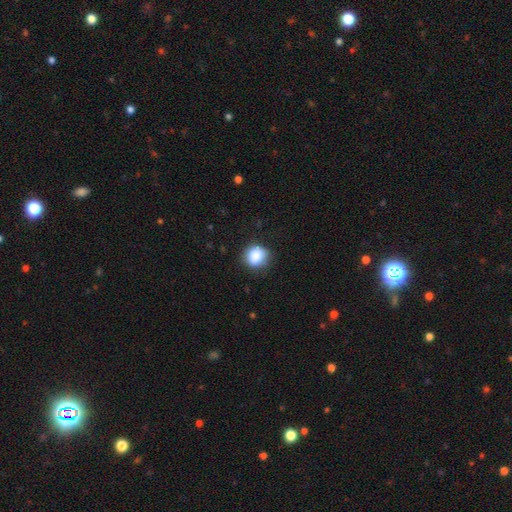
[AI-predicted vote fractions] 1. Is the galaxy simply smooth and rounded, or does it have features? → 86% smooth, 9% star or artifact, 5% featured or disk.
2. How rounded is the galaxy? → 78% round, 21% in between, 1% cigar-shaped.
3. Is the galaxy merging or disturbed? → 76% none, 18% minor disturbance, 5% major disturbance, 1% merger.